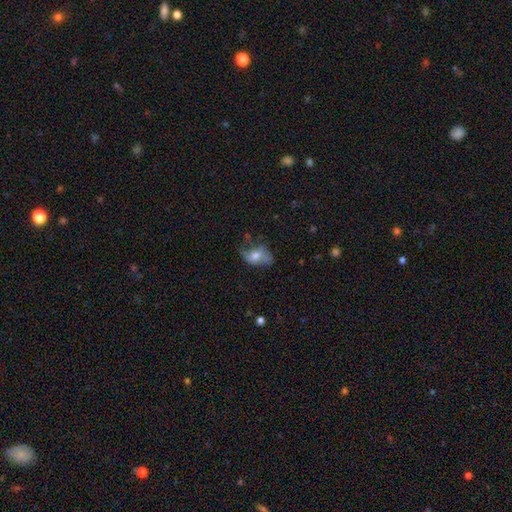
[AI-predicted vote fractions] Overall: smooth (52%; featured or disk 39%). How rounded: in between (82%). Merging: none (44%; minor disturbance 30%).